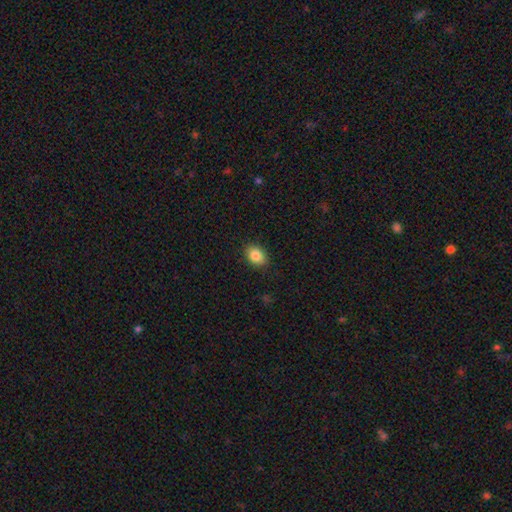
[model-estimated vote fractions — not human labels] Smooth or featured? smooth (85%)
How rounded? in between (73%)
Merging? none (88%)